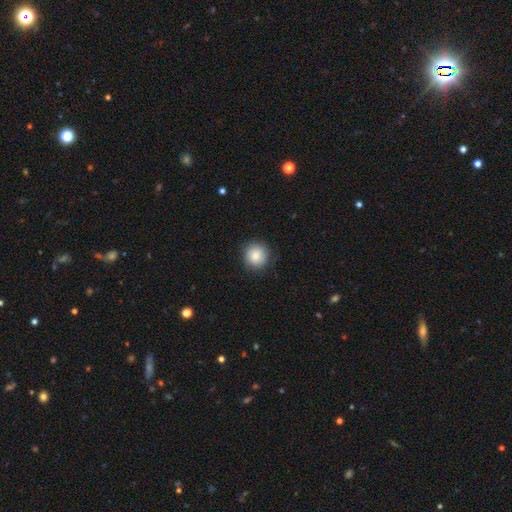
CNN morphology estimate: type=smooth (85%); roundness=round (92%); merging=none (87%).